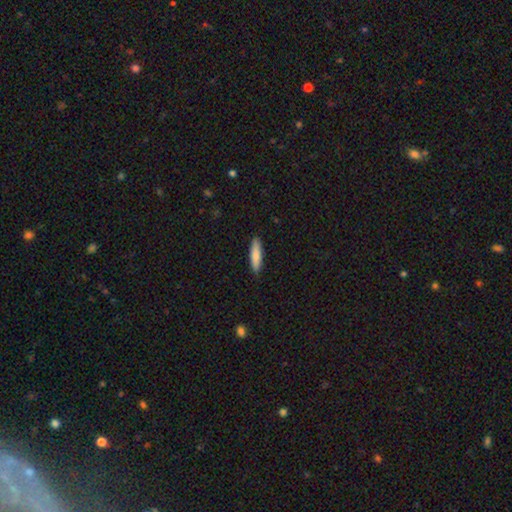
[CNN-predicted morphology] Smooth or featured? smooth (84%)
How rounded? cigar-shaped (73%)
Merging? none (90%)